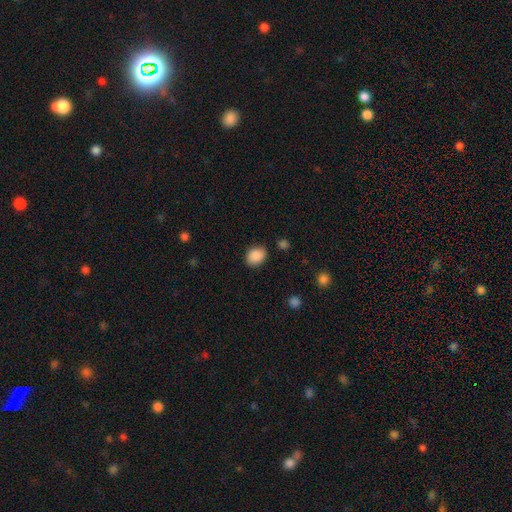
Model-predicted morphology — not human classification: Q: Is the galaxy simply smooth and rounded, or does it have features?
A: smooth — 89%.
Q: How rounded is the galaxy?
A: in between — 54%.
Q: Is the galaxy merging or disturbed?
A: none — 82%.